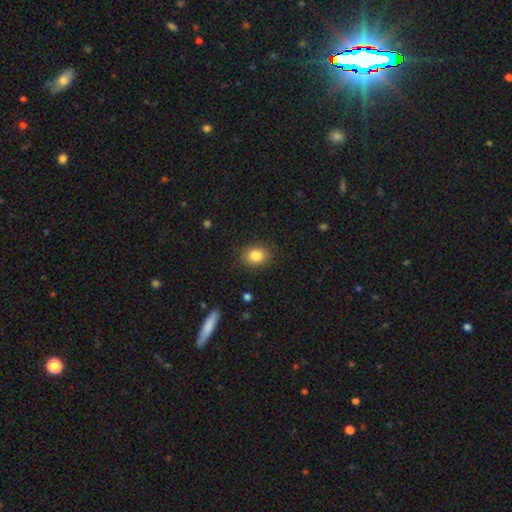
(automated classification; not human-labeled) smooth_or_featured: smooth (p=0.84) [alt: star or artifact p=0.10]
how_rounded: round (p=0.57) [alt: in between p=0.42]
merging: none (p=0.88) [alt: minor disturbance p=0.08]